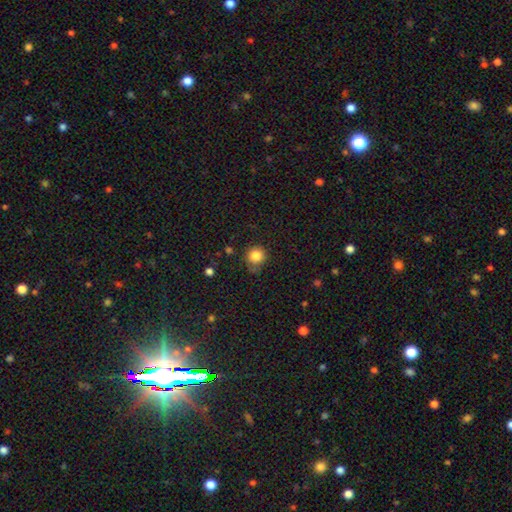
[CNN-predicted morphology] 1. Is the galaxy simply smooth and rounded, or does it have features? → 84% smooth, 10% star or artifact, 5% featured or disk.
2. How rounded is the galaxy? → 90% round, 10% in between, 1% cigar-shaped.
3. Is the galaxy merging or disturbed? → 63% none, 26% minor disturbance, 8% major disturbance, 3% merger.